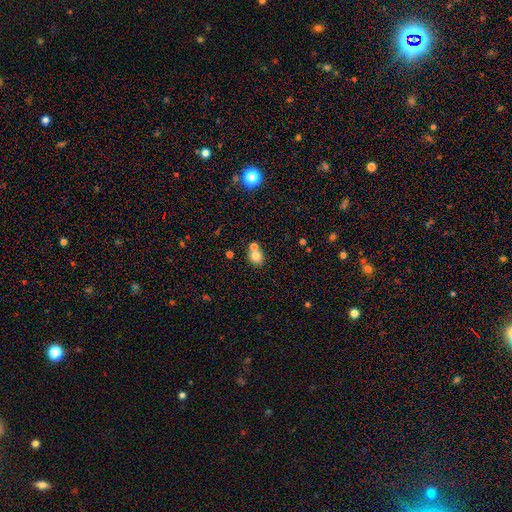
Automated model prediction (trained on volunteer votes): A smooth galaxy with no disk features (78%) that is round (70%). Merging: none (51%).